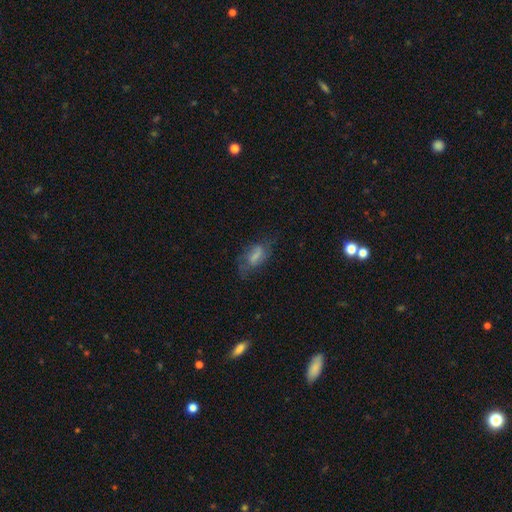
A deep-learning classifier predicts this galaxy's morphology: This appears to be a smooth galaxy with no disk features (46%). Merging: none (52%).